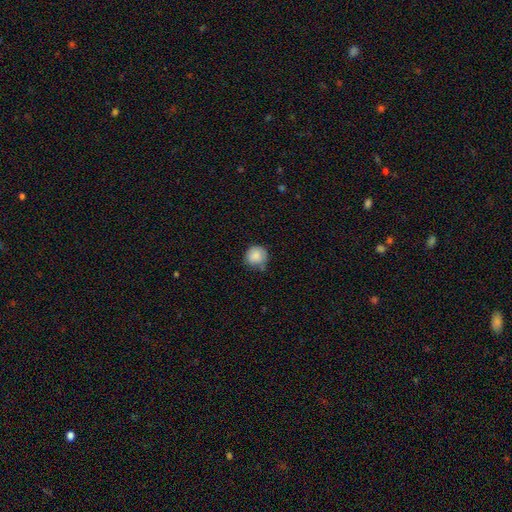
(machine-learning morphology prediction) Smooth or featured: smooth — 87% (star or artifact — 8%)
How rounded: round — 90% (in between — 9%)
Merging: none — 66% (minor disturbance — 25%)